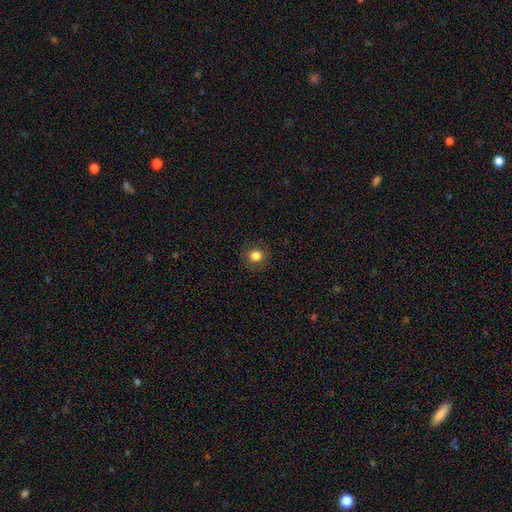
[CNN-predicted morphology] Smooth or featured? Predicted: smooth (p=0.83). How rounded? Predicted: round (p=0.86). Merging? Predicted: none (p=0.89).